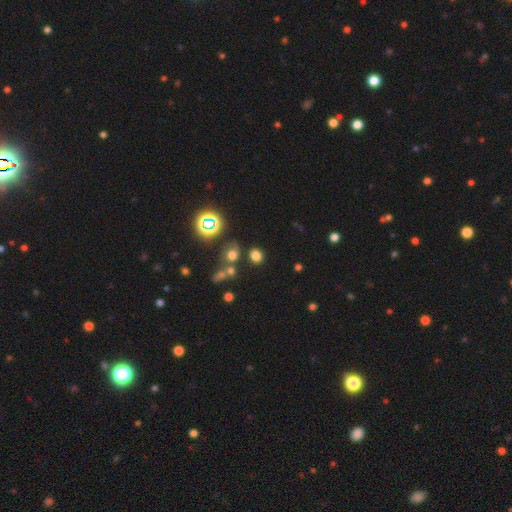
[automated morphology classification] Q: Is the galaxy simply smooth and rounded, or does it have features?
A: smooth — 68%.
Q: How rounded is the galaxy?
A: round — 76%.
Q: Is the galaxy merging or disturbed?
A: none — 75%.